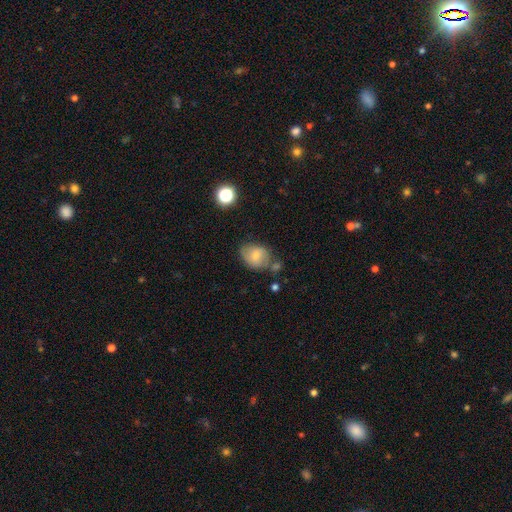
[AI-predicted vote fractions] Smooth or featured? smooth (68%)
How rounded? in between (59%)
Merging? none (55%)